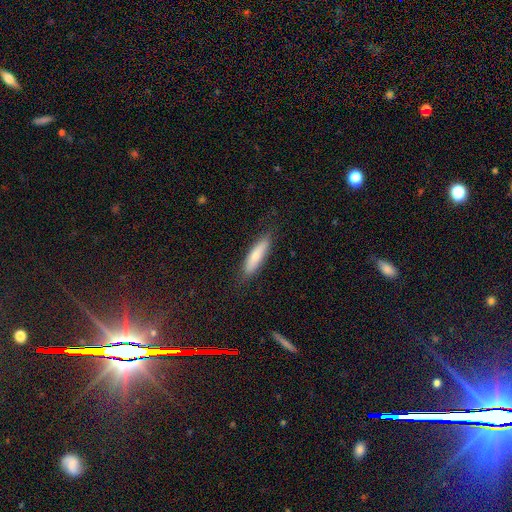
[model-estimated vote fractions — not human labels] smooth-or-featured: smooth: 75% | featured or disk: 19% | star or artifact: 6%
  how-rounded: cigar-shaped: 71% | in between: 27% | round: 2%
  merging: none: 83% | minor disturbance: 13% | major disturbance: 3% | merger: 1%